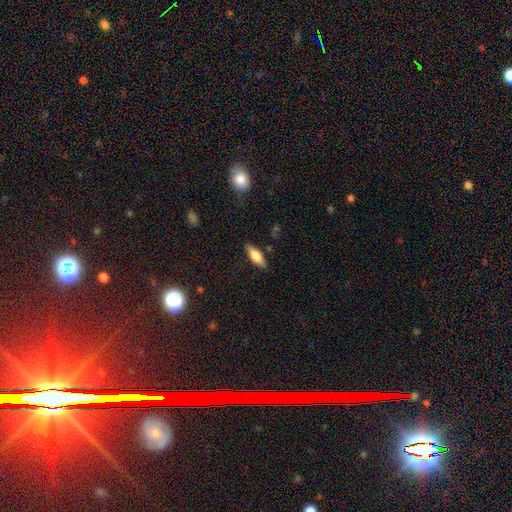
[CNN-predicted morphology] Q: Smooth or featured?
A: smooth (70%); runner-up: featured or disk (23%)
Q: How rounded?
A: in between (65%); runner-up: cigar-shaped (33%)
Q: Merging?
A: none (83%); runner-up: minor disturbance (13%)